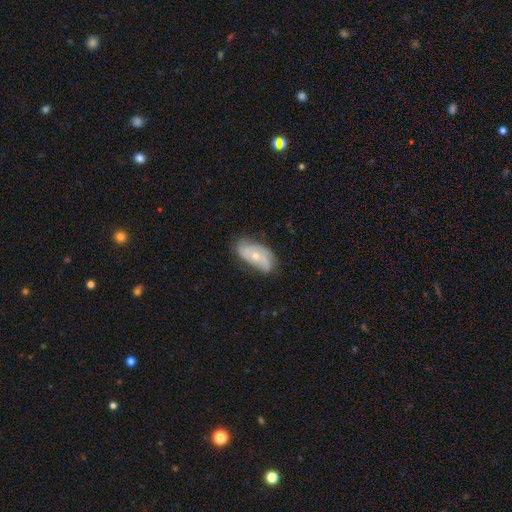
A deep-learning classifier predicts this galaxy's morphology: Smooth or featured?
  - featured or disk: 68% *
  - smooth: 25%
  - star or artifact: 7%
Edge-on disk?
  - no: 94% *
  - yes: 6%
Bar?
  - no: 74% *
  - weak: 21%
  - strong: 5%
Spiral arms?
  - yes: 86% *
  - no: 14%
Spiral winding?
  - tight: 43% *
  - medium: 39%
  - loose: 18%
Spiral arm count?
  - 2: 43% *
  - can't tell: 26%
  - 3: 20%
  - 1: 4%
  - 4: 4%
  - more than 4: 3%
Bulge size?
  - moderate: 52% *
  - small: 44%
  - large: 2%
  - none: 1%
  - dominant: 1%
Merging?
  - none: 66% *
  - minor disturbance: 26%
  - major disturbance: 7%
  - merger: 1%